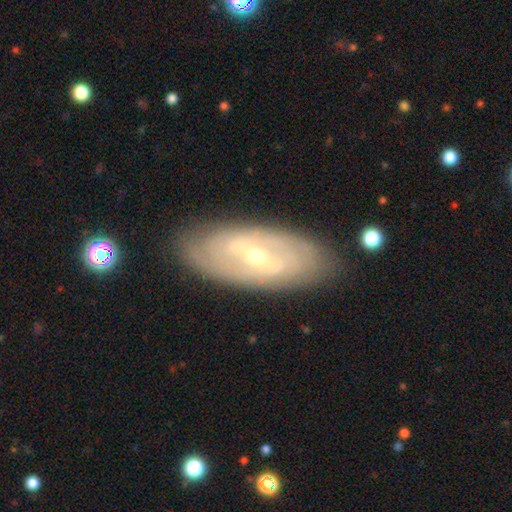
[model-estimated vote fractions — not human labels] smooth_or_featured: featured or disk (p=0.81) [alt: smooth p=0.14]
disk_edge_on: no (p=0.90) [alt: yes p=0.10]
bar: weak (p=0.43) [alt: strong p=0.40]
has_spiral_arms: yes (p=0.82) [alt: no p=0.18]
spiral_winding: tight (p=0.61) [alt: medium p=0.29]
spiral_arm_count: 2 (p=0.46) [alt: can't tell p=0.38]
bulge_size: small (p=0.57) [alt: moderate p=0.40]
merging: none (p=0.84) [alt: minor disturbance p=0.12]